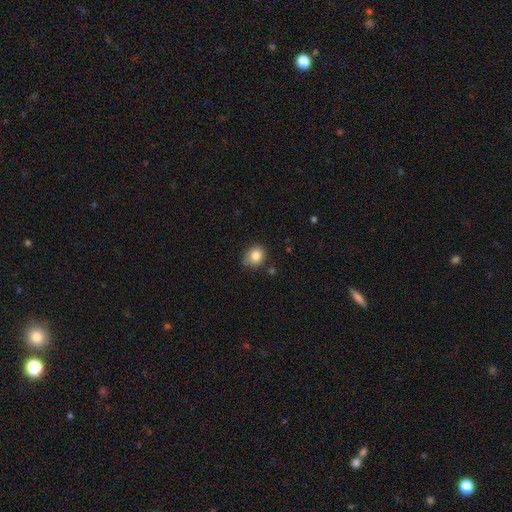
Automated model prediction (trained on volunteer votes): Smooth or featured? Predicted: smooth (p=0.84). How rounded? Predicted: round (p=0.65). Merging? Predicted: none (p=0.72).